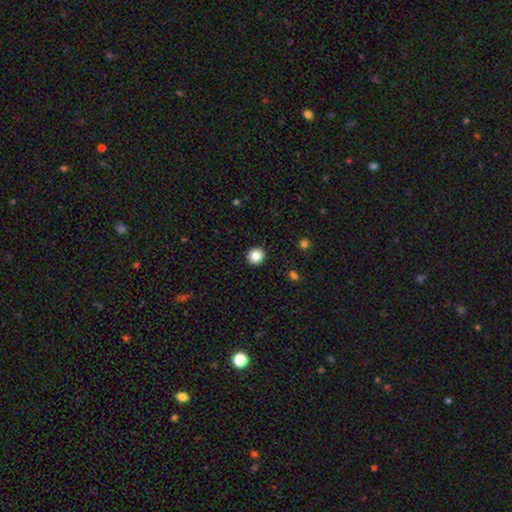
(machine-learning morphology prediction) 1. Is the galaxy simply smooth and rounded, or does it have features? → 84% smooth, 10% star or artifact, 6% featured or disk.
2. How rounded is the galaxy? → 93% round, 6% in between, 1% cigar-shaped.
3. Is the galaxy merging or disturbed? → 93% none, 4% minor disturbance, 1% major disturbance, 1% merger.